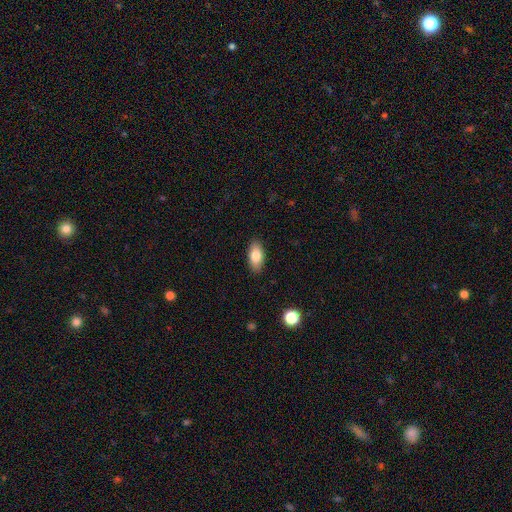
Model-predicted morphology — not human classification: A smooth galaxy with no disk features (83%) that is in between round and cigar-shaped (90%).

Vote fractions:
- Smooth or featured? smooth: 83% / featured or disk: 10% / star or artifact: 7%
- How rounded? in between: 90% / cigar-shaped: 7% / round: 3%
- Merging? none: 88% / minor disturbance: 9% / major disturbance: 2% / merger: 1%